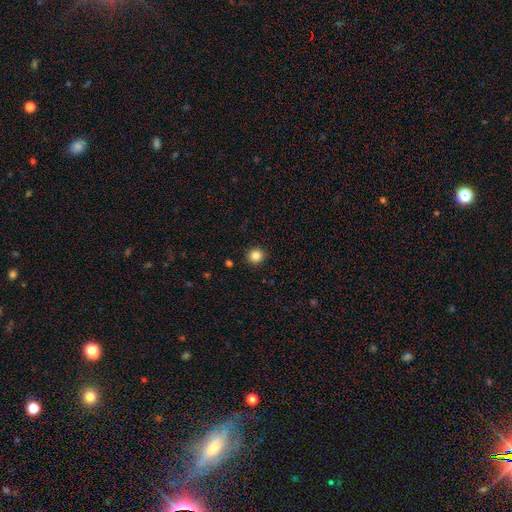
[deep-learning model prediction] Morphology: type=smooth (85%); roundness=round (91%); merging=none (92%).